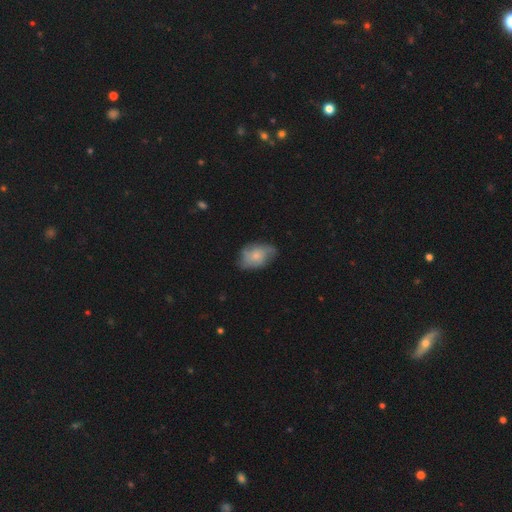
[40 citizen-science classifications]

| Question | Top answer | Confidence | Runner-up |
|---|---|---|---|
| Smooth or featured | smooth | 65% | featured or disk (32%) |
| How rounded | in between | 92% | round (4%) |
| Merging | none | 51% | minor disturbance (44%) |